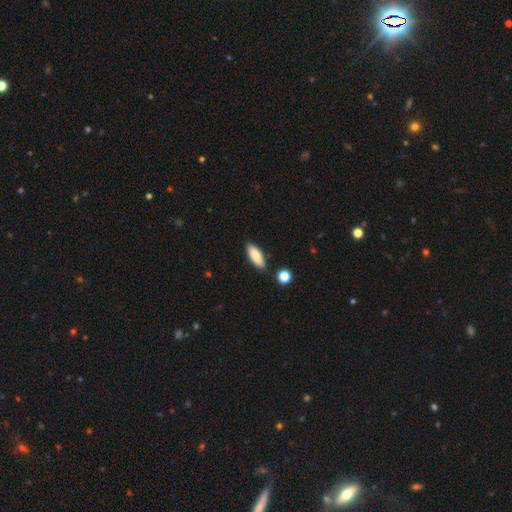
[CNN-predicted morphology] A smooth galaxy with no disk features (85%) that is in between round and cigar-shaped (70%).

Vote fractions:
- Smooth or featured? smooth: 85% / featured or disk: 8% / star or artifact: 6%
- How rounded? in between: 70% / cigar-shaped: 28% / round: 2%
- Merging? none: 85% / minor disturbance: 10% / merger: 3% / major disturbance: 2%